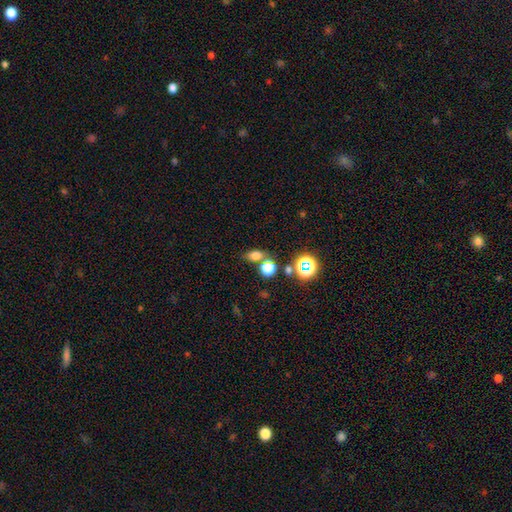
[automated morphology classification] smooth 71%, star or artifact 21%, featured or disk 8%. Down the decision tree: how rounded — in between (68%); merging — none (63%).